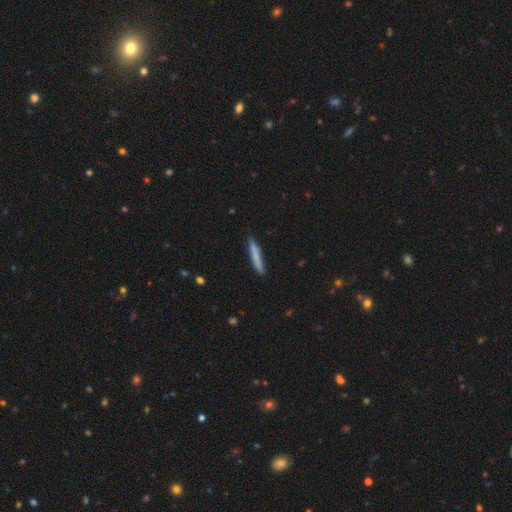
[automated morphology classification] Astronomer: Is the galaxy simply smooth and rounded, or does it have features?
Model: smooth — 74%.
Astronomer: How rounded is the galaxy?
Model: cigar-shaped — 95%.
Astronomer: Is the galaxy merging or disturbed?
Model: none — 86%.